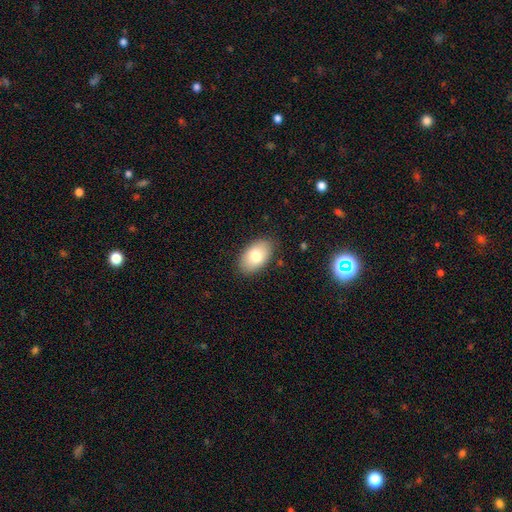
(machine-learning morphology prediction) Smooth or featured?
  - smooth: 79% *
  - featured or disk: 14%
  - star or artifact: 7%
How rounded?
  - in between: 93% *
  - round: 6%
  - cigar-shaped: 1%
Merging?
  - none: 85% *
  - minor disturbance: 11%
  - major disturbance: 3%
  - merger: 1%